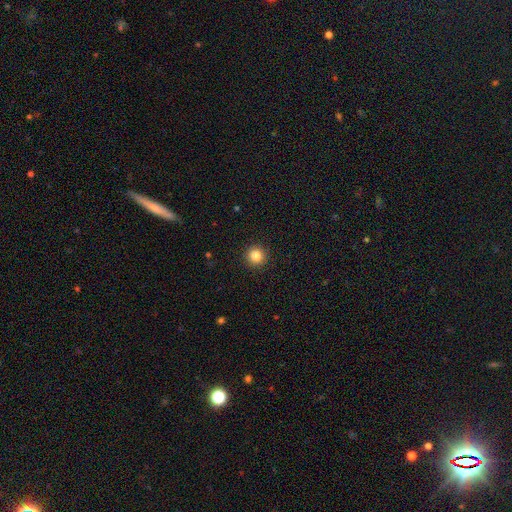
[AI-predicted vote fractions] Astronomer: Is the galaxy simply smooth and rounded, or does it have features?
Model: smooth — 84%.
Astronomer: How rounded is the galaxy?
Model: round — 95%.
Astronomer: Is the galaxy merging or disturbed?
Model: none — 93%.